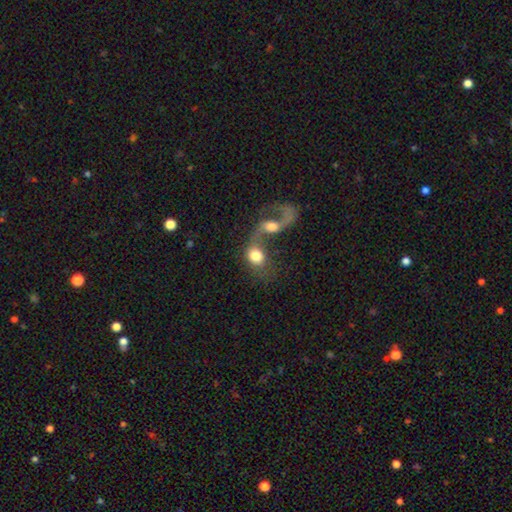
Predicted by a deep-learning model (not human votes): Overall: smooth (58%; featured or disk 32%). How rounded: round (51%; in between 47%). Merging: merger (69%).